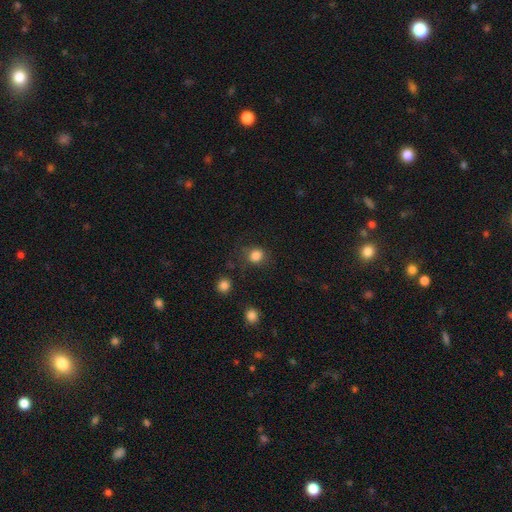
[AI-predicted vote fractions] Smooth or featured?
  - smooth: 84% *
  - star or artifact: 12%
  - featured or disk: 5%
How rounded?
  - round: 81% *
  - in between: 18%
  - cigar-shaped: 1%
Merging?
  - none: 74% *
  - minor disturbance: 16%
  - major disturbance: 7%
  - merger: 3%